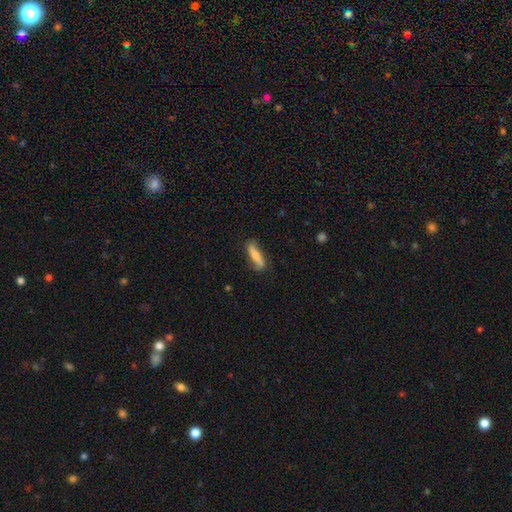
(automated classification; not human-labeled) This is possibly a smooth galaxy (56%). How rounded: likely cigar-shaped (65%). Merging: likely none (76%).